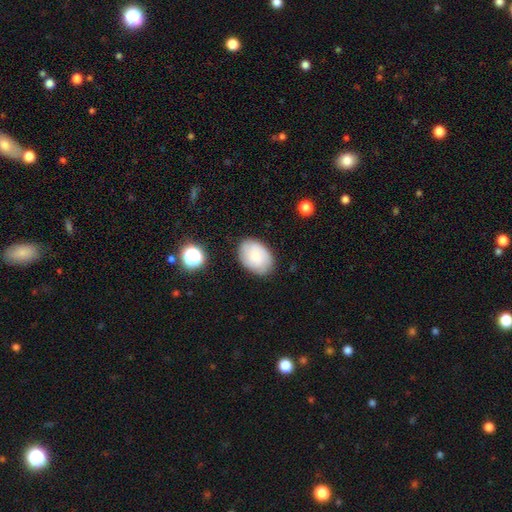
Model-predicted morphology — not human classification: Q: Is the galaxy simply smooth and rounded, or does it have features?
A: smooth — 73%.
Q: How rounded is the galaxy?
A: in between — 84%.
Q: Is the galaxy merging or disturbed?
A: none — 82%.